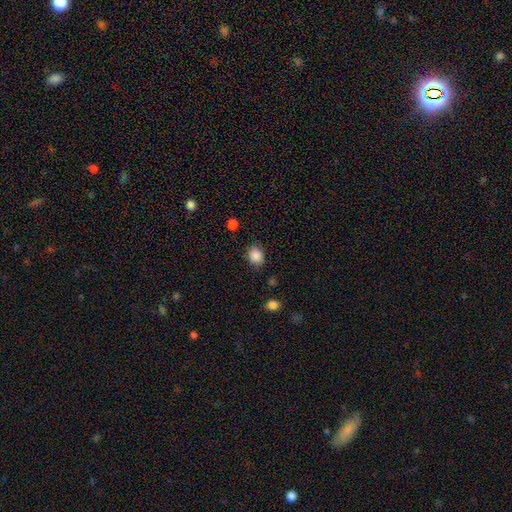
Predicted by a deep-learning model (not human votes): Smooth or featured?
  - smooth: 87% *
  - star or artifact: 9%
  - featured or disk: 4%
How rounded?
  - round: 52% *
  - in between: 47%
  - cigar-shaped: 1%
Merging?
  - none: 81% *
  - minor disturbance: 13%
  - major disturbance: 4%
  - merger: 2%